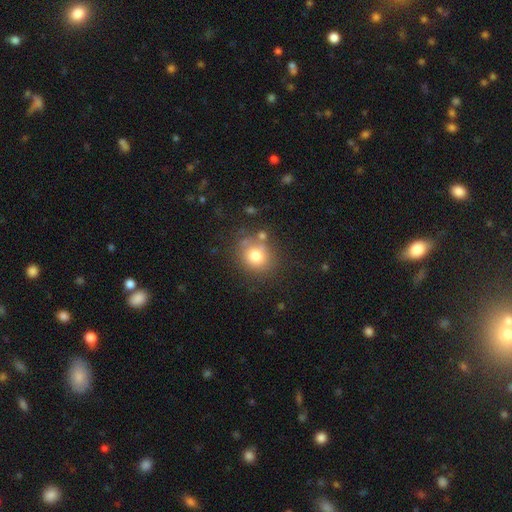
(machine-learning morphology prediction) Smooth or featured? Predicted: smooth (p=0.77). How rounded? Predicted: round (p=0.80). Merging? Predicted: none (p=0.71).